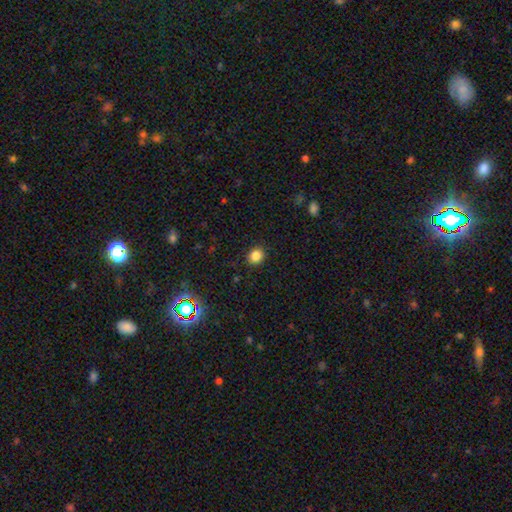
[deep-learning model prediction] Smooth or featured? Predicted: smooth (p=0.84). How rounded? Predicted: round (p=0.76). Merging? Predicted: none (p=0.90).